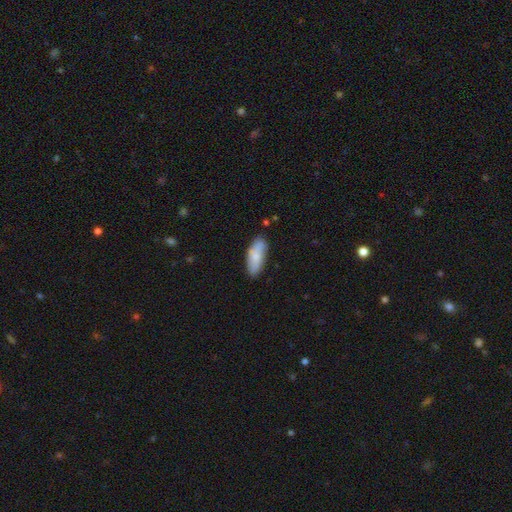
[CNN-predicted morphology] This is likely a smooth galaxy (77%). How rounded: likely in between (75%). Merging: likely none (76%).